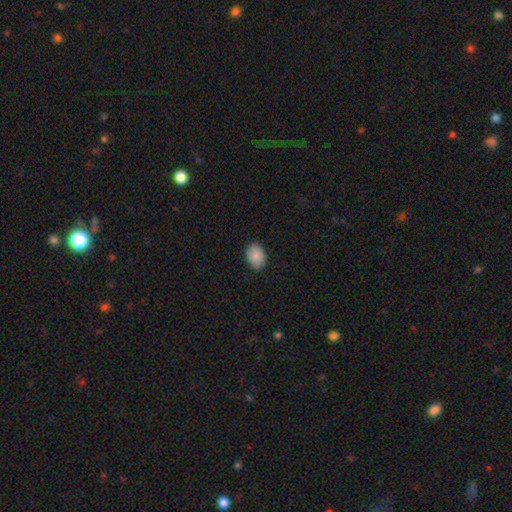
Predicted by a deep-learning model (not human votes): This appears to be a smooth galaxy with no disk features (88%) that is in between round and cigar-shaped (76%). Merging: none (86%).